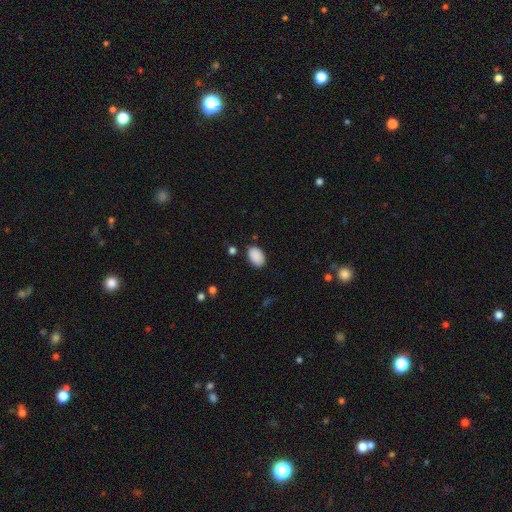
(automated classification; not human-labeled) Morphology: type=smooth (90%); roundness=in between (91%); merging=none (85%).